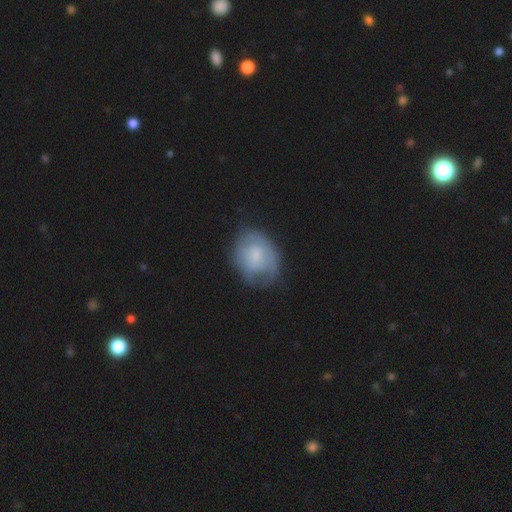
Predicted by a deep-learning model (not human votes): This appears to be a smooth galaxy with no disk features (52%) that is in between round and cigar-shaped (63%). Merging: none (58%).